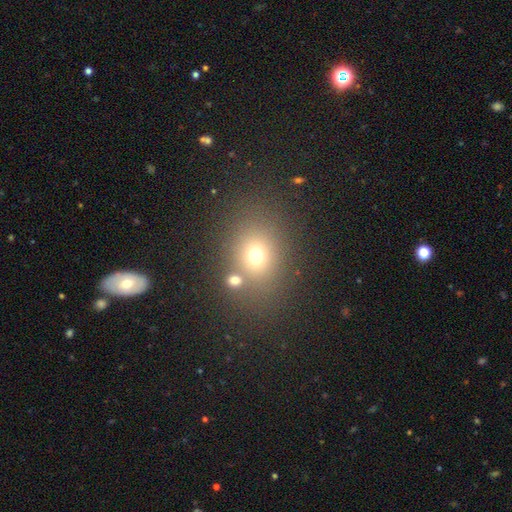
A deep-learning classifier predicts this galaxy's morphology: Smooth or featured? smooth (69%)
How rounded? round (51%)
Merging? none (72%)